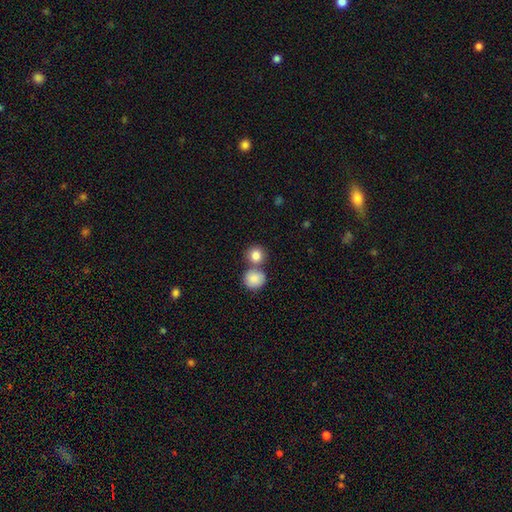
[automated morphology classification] Smooth or featured? smooth (85%)
How rounded? round (87%)
Merging? none (53%)